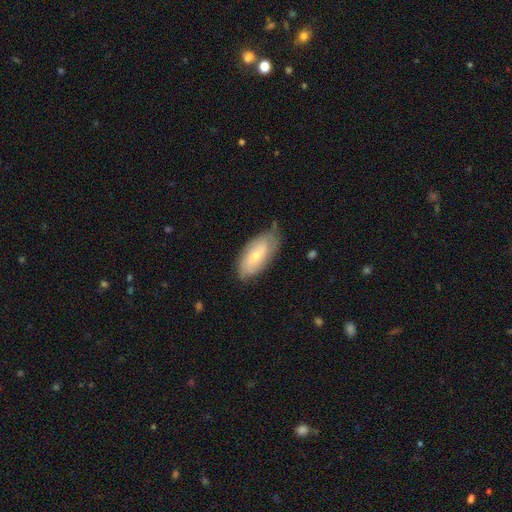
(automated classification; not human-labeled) smooth-or-featured: smooth: 53% | featured or disk: 40% | star or artifact: 7%
  how-rounded: in between: 87% | cigar-shaped: 11% | round: 2%
  merging: none: 67% | minor disturbance: 26% | major disturbance: 5% | merger: 2%